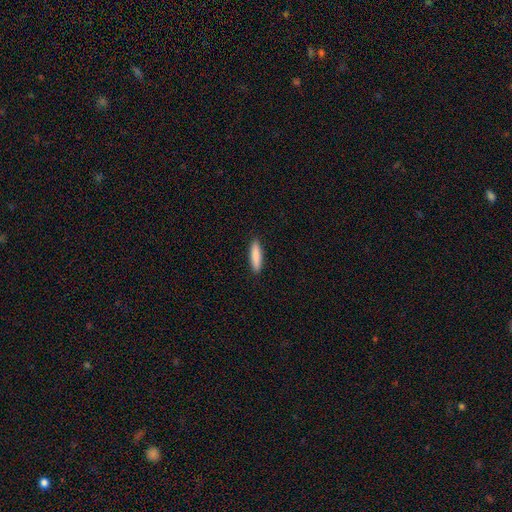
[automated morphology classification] Overall: smooth (87%). How rounded: cigar-shaped (77%). Merging: none (91%).